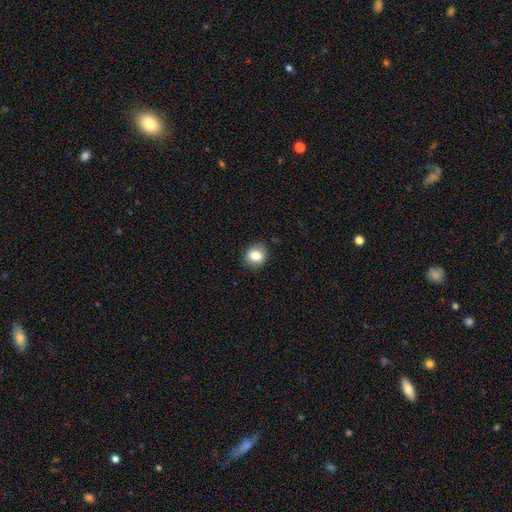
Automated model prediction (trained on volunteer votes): This appears to be a smooth galaxy with no disk features (82%) that is round (71%). Merging: none (87%).